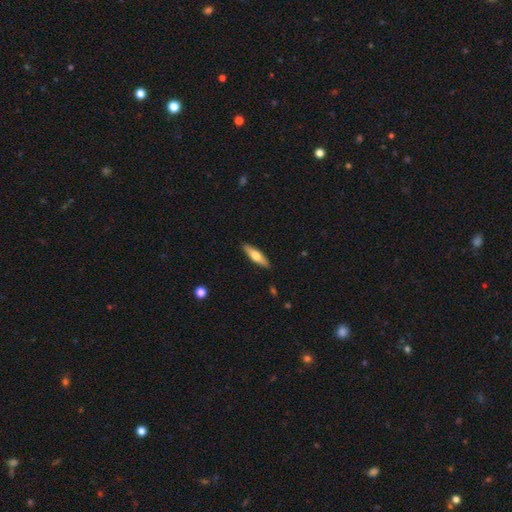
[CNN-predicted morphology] type=smooth (57%); roundness=cigar-shaped (68%); merging=none (90%).